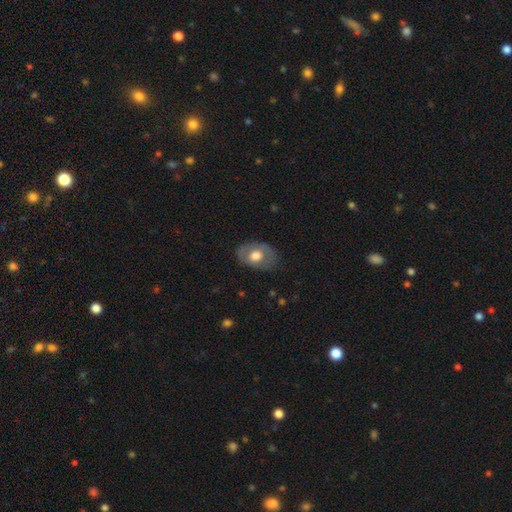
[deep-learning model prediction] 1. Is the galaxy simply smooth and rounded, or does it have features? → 55% smooth, 39% featured or disk, 6% star or artifact.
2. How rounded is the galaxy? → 78% in between, 21% round, 1% cigar-shaped.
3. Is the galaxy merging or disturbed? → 76% none, 17% minor disturbance, 6% major disturbance, 1% merger.